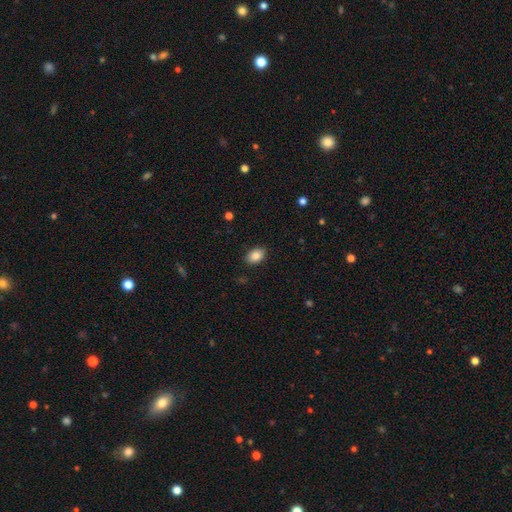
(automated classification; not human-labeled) Overall: smooth (87%). How rounded: in between (83%). Merging: none (85%).